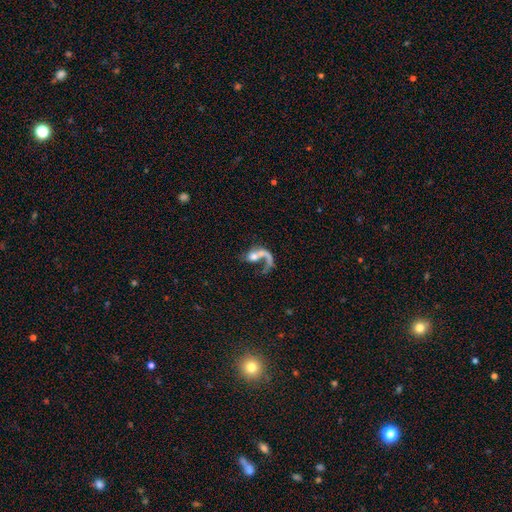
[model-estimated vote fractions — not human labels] featured or disk 65%, smooth 26%, star or artifact 9%. Down the decision tree: edge-on disk — no (95%); bar — no (72%); spiral arms — yes (73%); bulge size — moderate (43%); merging — major disturbance (41%).